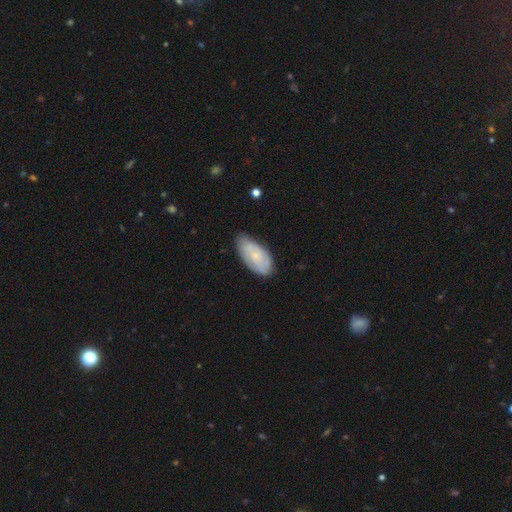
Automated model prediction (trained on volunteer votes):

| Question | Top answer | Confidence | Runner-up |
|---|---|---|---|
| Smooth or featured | featured or disk | 51% | smooth (43%) |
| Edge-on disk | no | 93% | yes (7%) |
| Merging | none | 70% | minor disturbance (24%) |